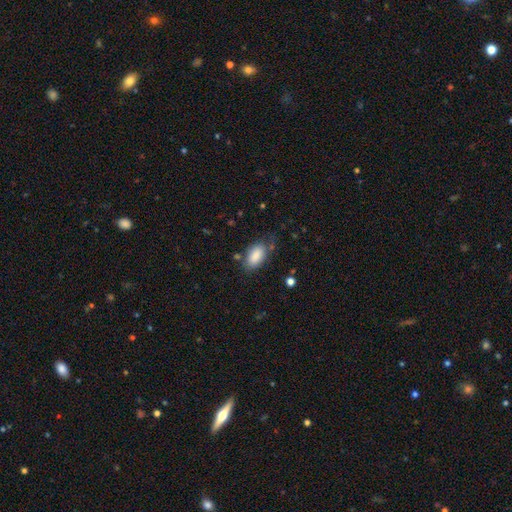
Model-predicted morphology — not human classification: This appears to be a smooth galaxy with no disk features (85%) that is in between round and cigar-shaped (93%). Merging: none (63%).